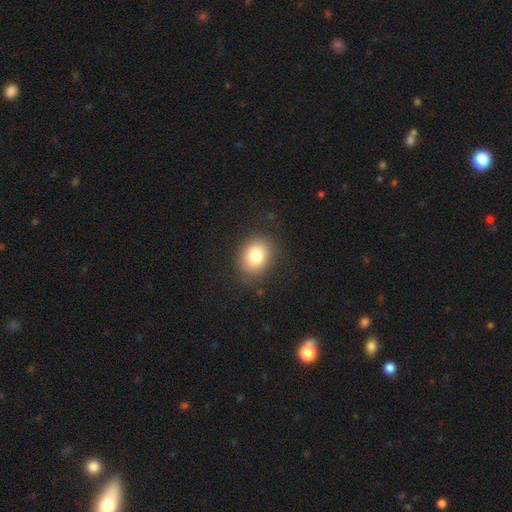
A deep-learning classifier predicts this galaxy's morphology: Smooth or featured: smooth — 80% (star or artifact — 11%)
How rounded: round — 51% (in between — 48%)
Merging: none — 85% (minor disturbance — 10%)